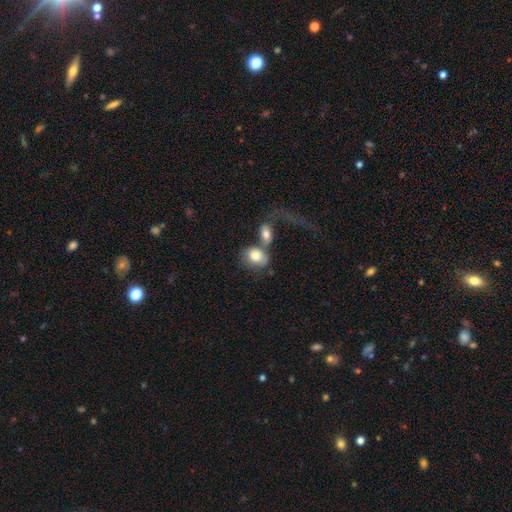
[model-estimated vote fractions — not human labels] smooth 76%, featured or disk 16%, star or artifact 7%. Down the decision tree: how rounded — in between (68%); merging — merger (52%).